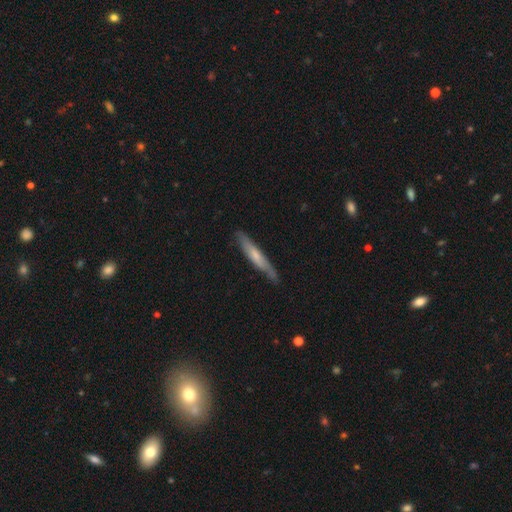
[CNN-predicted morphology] type=smooth (51%); roundness=cigar-shaped (92%); merging=none (78%).